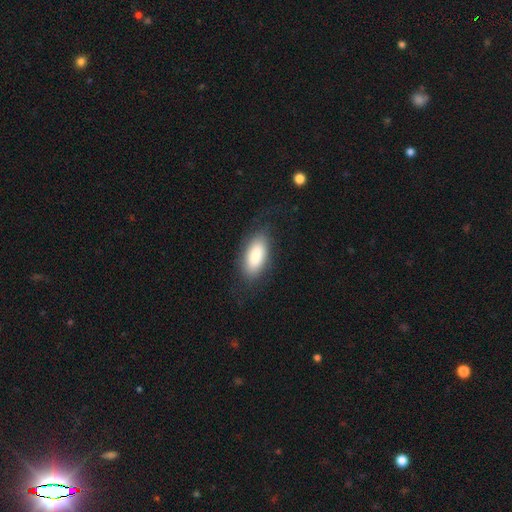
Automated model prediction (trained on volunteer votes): smooth-or-featured: smooth: 86% | featured or disk: 8% | star or artifact: 6%
  how-rounded: in between: 90% | cigar-shaped: 7% | round: 2%
  merging: none: 79% | minor disturbance: 14% | major disturbance: 6% | merger: 1%